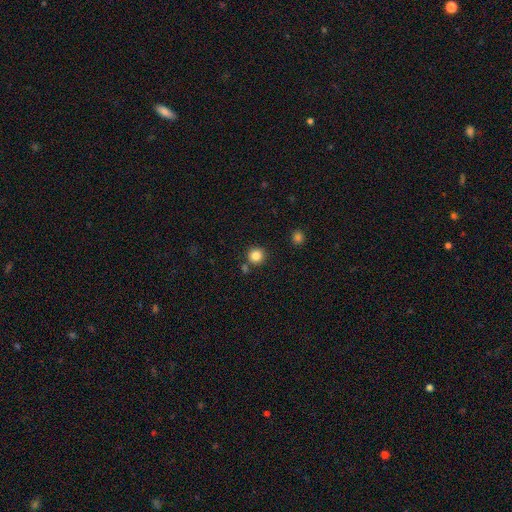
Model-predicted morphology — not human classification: type=smooth (85%); roundness=round (94%); merging=none (83%).